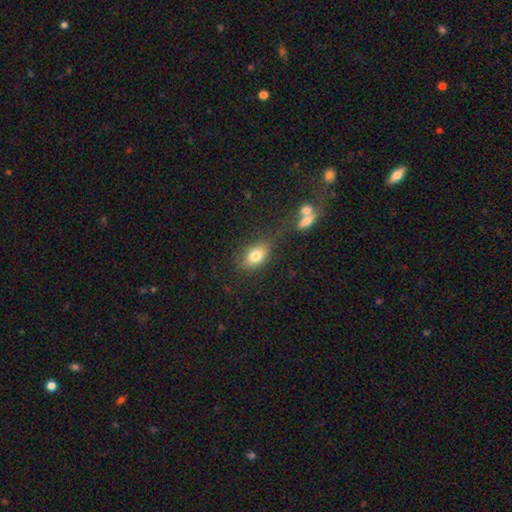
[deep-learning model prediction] Smooth or featured? smooth (78%)
How rounded? in between (83%)
Merging? none (69%)